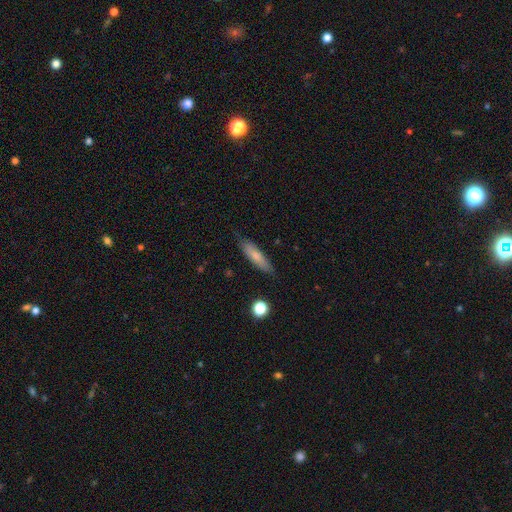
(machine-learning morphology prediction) Smooth or featured?
  - smooth: 74% *
  - featured or disk: 19%
  - star or artifact: 7%
How rounded?
  - cigar-shaped: 71% *
  - in between: 27%
  - round: 2%
Merging?
  - none: 82% *
  - minor disturbance: 14%
  - major disturbance: 3%
  - merger: 2%